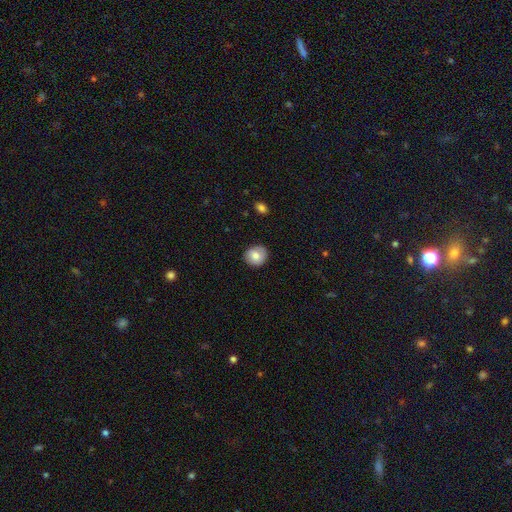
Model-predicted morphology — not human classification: smooth-or-featured: smooth: 78% | featured or disk: 14% | star or artifact: 8%
  how-rounded: round: 83% | in between: 16% | cigar-shaped: 1%
  merging: none: 86% | minor disturbance: 11% | major disturbance: 2% | merger: 1%